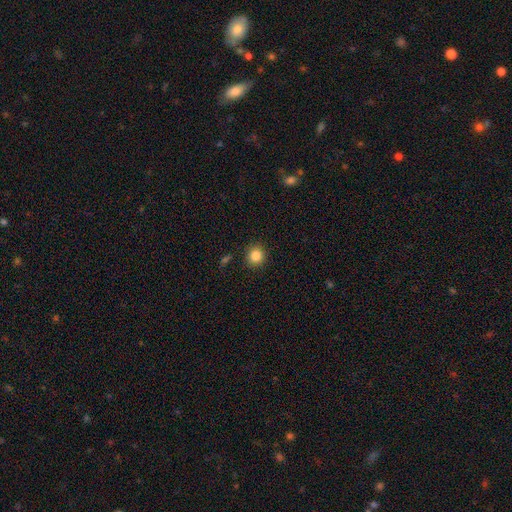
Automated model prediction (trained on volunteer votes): Morphology: type=smooth (85%); roundness=round (90%); merging=none (89%).